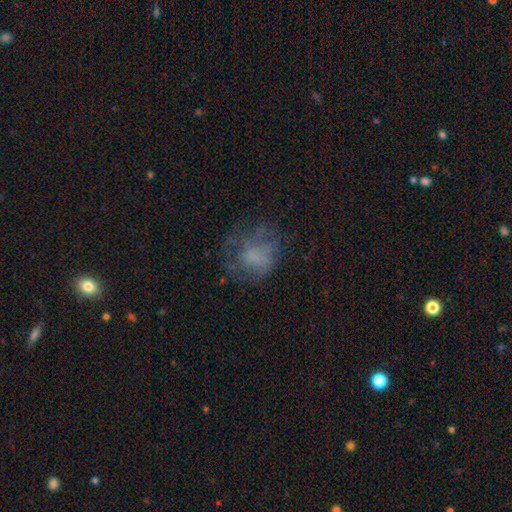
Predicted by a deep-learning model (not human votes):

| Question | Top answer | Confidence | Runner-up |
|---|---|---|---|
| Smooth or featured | smooth | 48% | featured or disk (37%) |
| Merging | none | 50% | major disturbance (27%) |